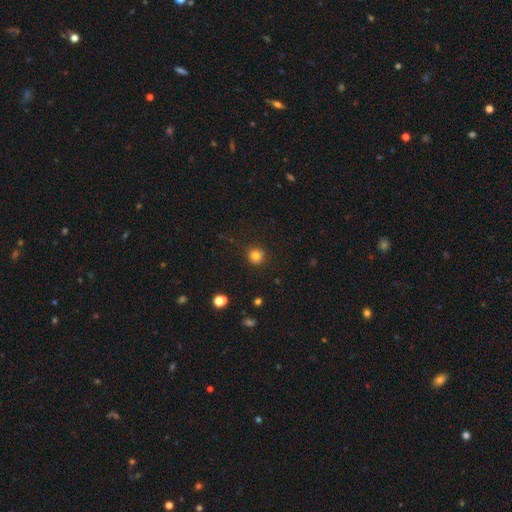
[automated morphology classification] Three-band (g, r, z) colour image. It shows a smooth galaxy with no disk features (79%) that is round (91%). Merging: none (85%).